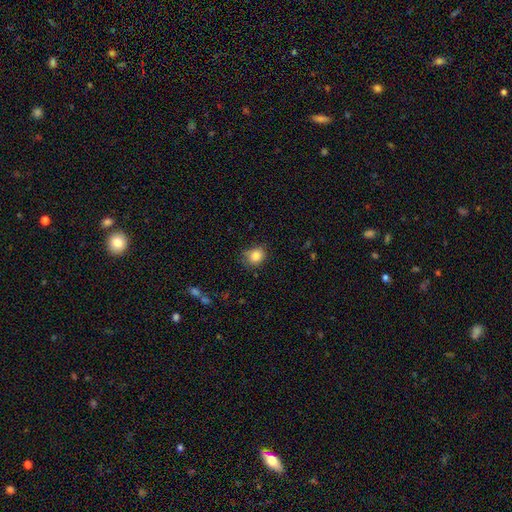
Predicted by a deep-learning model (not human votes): Overall: smooth (83%). How rounded: round (64%; in between 35%). Merging: none (71%).